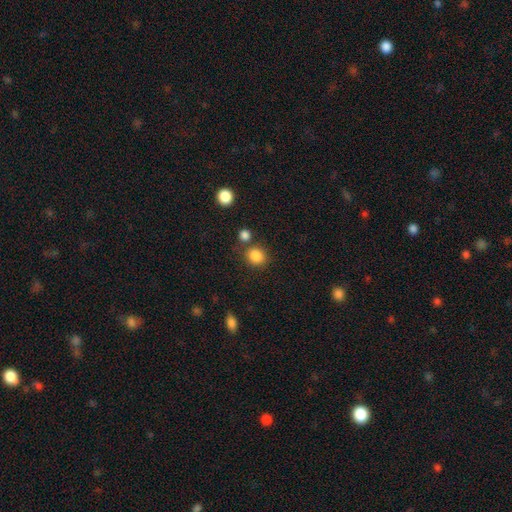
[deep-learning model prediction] Overall: smooth (86%). How rounded: round (78%). Merging: none (74%).